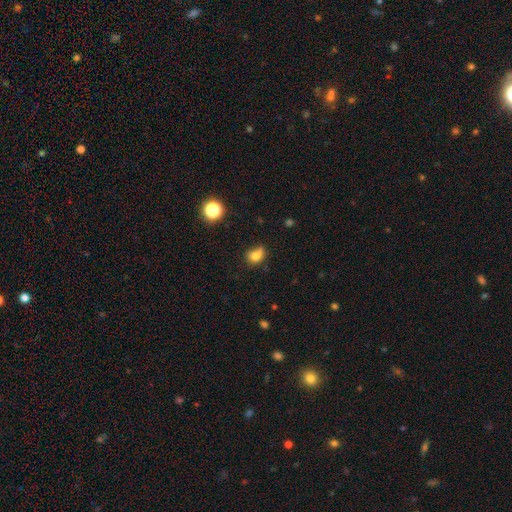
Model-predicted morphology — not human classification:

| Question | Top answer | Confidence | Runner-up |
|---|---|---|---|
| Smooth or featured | smooth | 76% | star or artifact (13%) |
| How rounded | round | 54% | in between (45%) |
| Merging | none | 42% | minor disturbance (29%) |